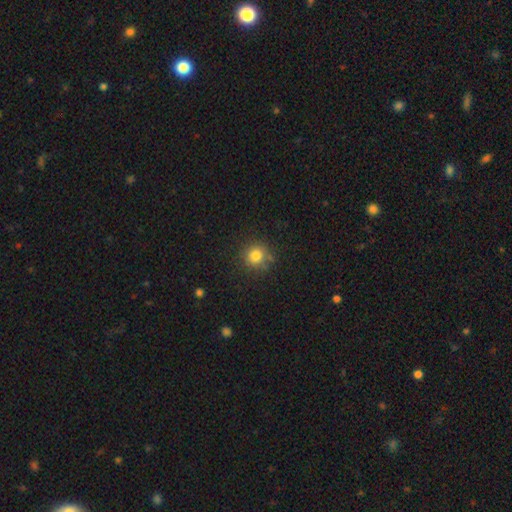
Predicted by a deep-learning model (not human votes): Overall: smooth (80%). How rounded: round (92%). Merging: none (82%).